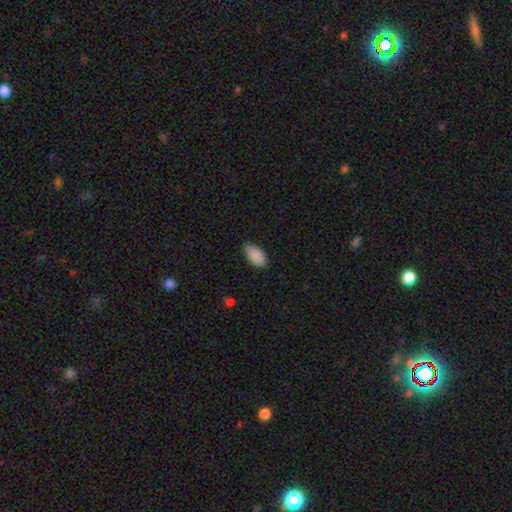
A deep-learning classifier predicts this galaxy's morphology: smooth-or-featured: smooth: 89% | star or artifact: 7% | featured or disk: 4%
  how-rounded: in between: 95% | round: 3% | cigar-shaped: 2%
  merging: none: 74% | minor disturbance: 22% | major disturbance: 3% | merger: 1%